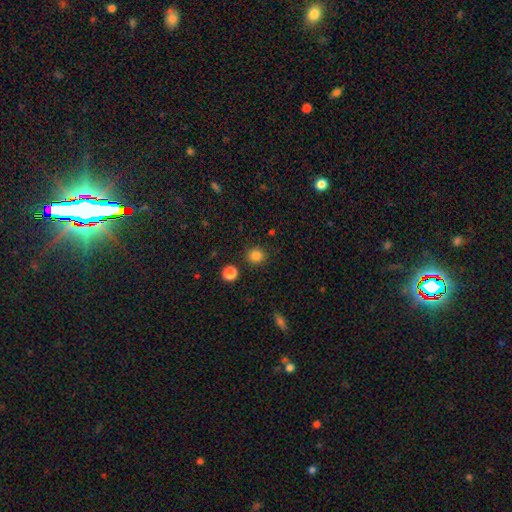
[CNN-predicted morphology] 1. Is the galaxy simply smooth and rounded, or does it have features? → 85% smooth, 12% star or artifact, 4% featured or disk.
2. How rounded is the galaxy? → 87% round, 12% in between, 1% cigar-shaped.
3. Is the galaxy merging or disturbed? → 87% none, 8% minor disturbance, 3% merger, 3% major disturbance.